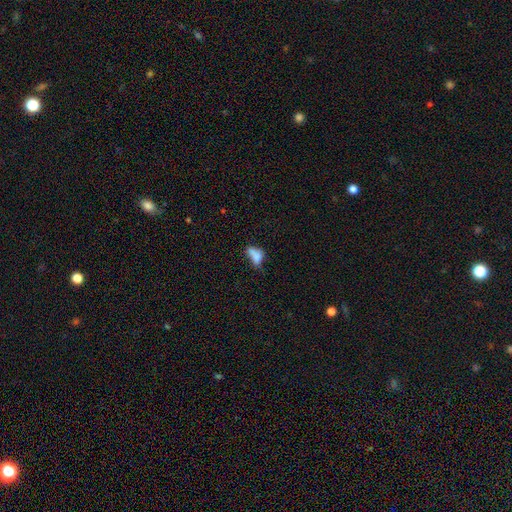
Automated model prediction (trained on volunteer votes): Smooth or featured? Predicted: smooth (p=0.63). How rounded? Predicted: in between (p=0.75). Merging? Predicted: none (p=0.27).